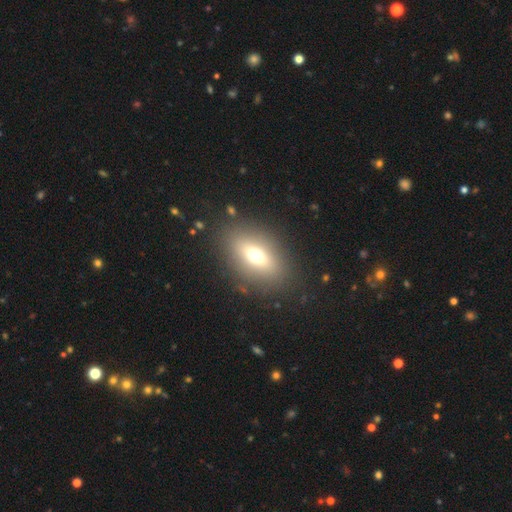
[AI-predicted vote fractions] smooth-or-featured: smooth: 64% | featured or disk: 22% | star or artifact: 13%
  how-rounded: in between: 76% | round: 17% | cigar-shaped: 7%
  merging: none: 84% | minor disturbance: 9% | major disturbance: 5% | merger: 2%